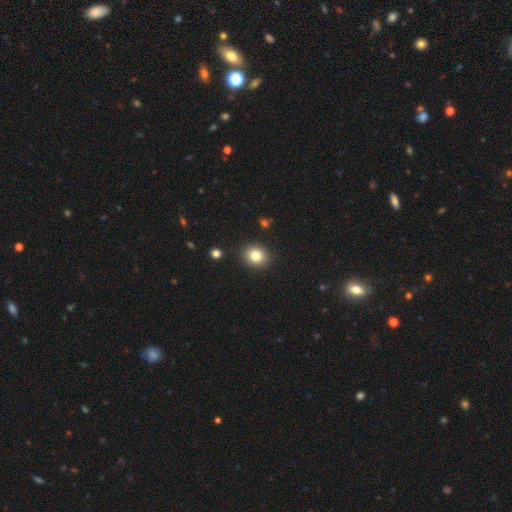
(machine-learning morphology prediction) Smooth or featured?
  - smooth: 82% *
  - star or artifact: 11%
  - featured or disk: 7%
How rounded?
  - round: 73% *
  - in between: 27%
  - cigar-shaped: 1%
Merging?
  - none: 90% *
  - minor disturbance: 6%
  - major disturbance: 2%
  - merger: 2%